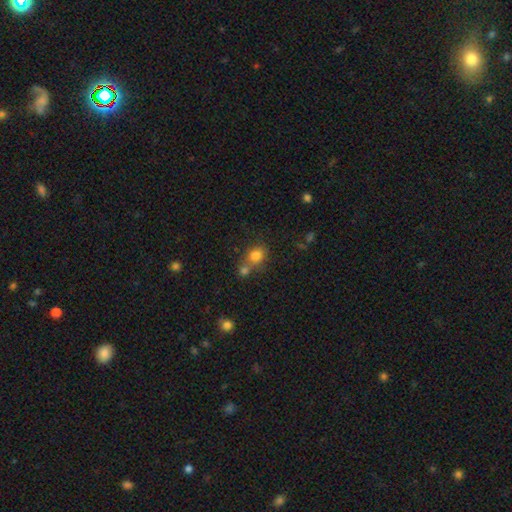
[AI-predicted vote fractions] This is likely a smooth galaxy (79%). How rounded: likely round (70%). Merging: possibly none (48%).